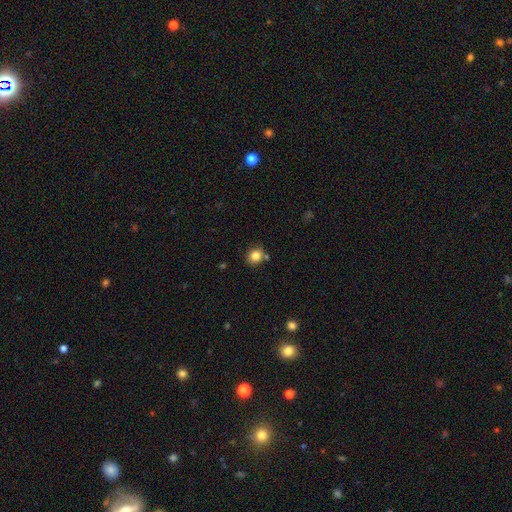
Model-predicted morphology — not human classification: A smooth galaxy with no disk features (83%) that is round (73%).

Vote fractions:
- Smooth or featured? smooth: 83% / star or artifact: 11% / featured or disk: 6%
- How rounded? round: 73% / in between: 26% / cigar-shaped: 1%
- Merging? none: 76% / minor disturbance: 12% / merger: 9% / major disturbance: 3%